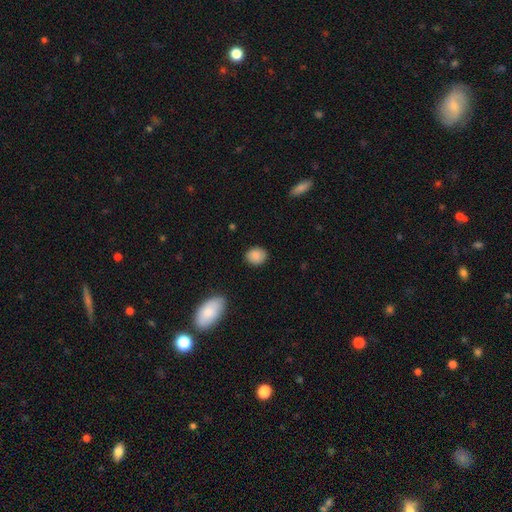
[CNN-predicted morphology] smooth 88%, star or artifact 8%, featured or disk 4%. Down the decision tree: how rounded — round (67%); merging — none (86%).